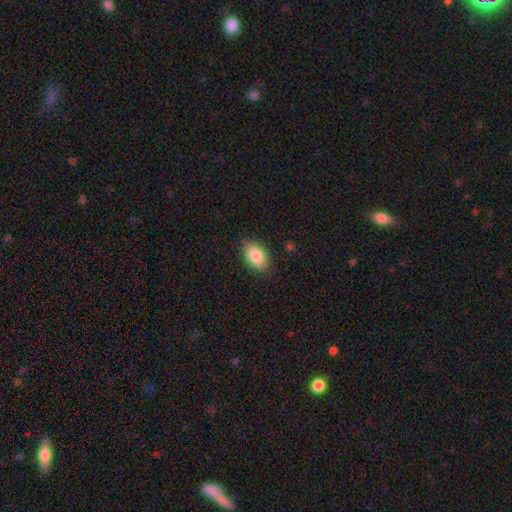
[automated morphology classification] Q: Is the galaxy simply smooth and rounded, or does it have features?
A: smooth — 84%.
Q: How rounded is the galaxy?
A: in between — 89%.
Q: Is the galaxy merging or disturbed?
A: none — 84%.